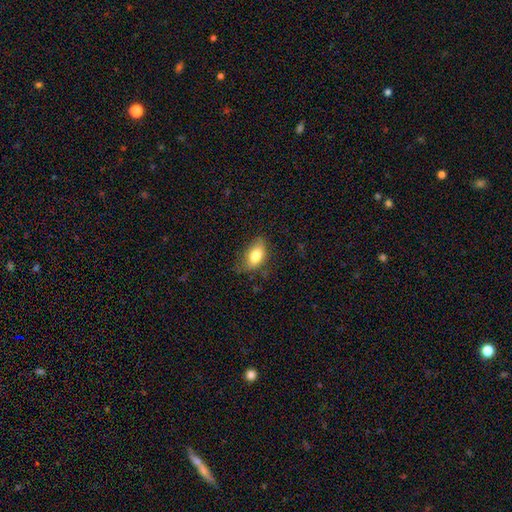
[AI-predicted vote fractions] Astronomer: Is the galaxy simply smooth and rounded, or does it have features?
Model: smooth — 77%.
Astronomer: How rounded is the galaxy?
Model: in between — 89%.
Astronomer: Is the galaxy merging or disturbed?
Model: none — 61%.